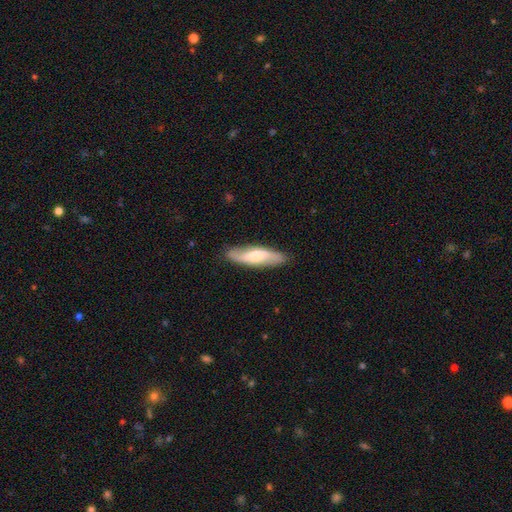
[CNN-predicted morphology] Overall: smooth (48%; featured or disk 47%). Merging: none (85%).